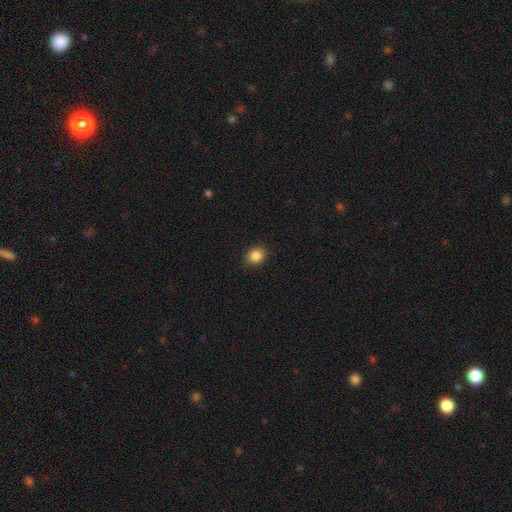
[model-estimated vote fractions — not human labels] A smooth galaxy with no disk features (85%) that is round (66%). Merging: none (90%).